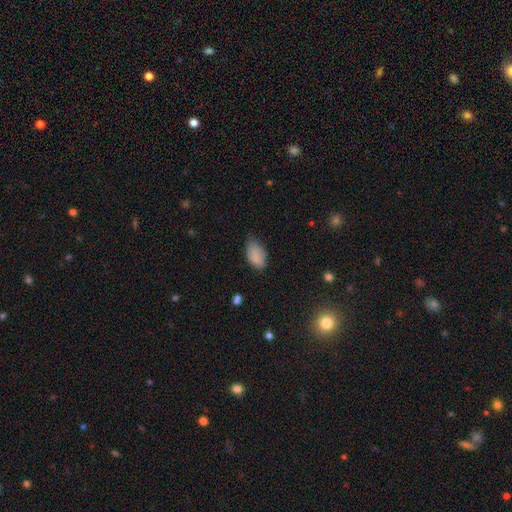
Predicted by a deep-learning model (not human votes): This is clearly a smooth galaxy (85%). How rounded: clearly in between (93%). Merging: possibly none (55%).